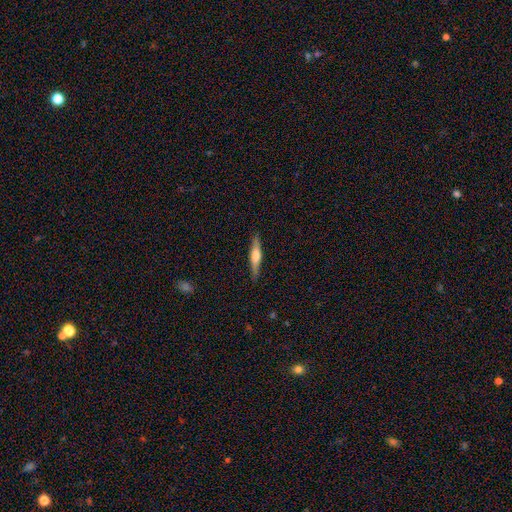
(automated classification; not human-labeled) This is possibly a featured or disk galaxy (58%). It is clearly viewed edge-on (97%). Edge-on bulge: likely rounded (78%). Merging: clearly none (89%).